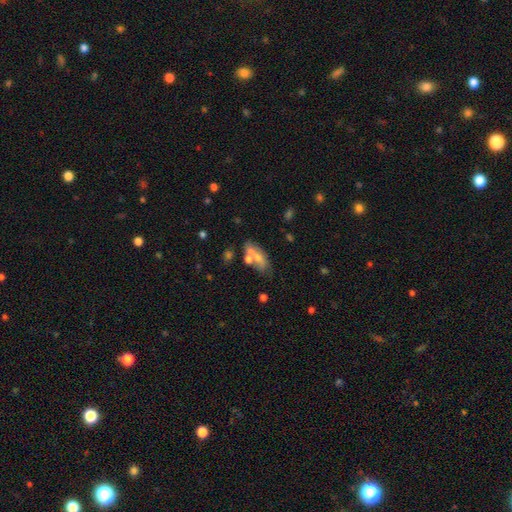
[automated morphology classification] A smooth galaxy with no disk features (59%) that is in between round and cigar-shaped (79%). Merging: none (40%).